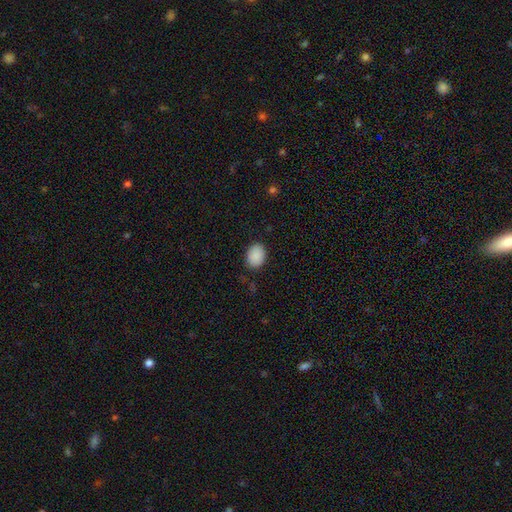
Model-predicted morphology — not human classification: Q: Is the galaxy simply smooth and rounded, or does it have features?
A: smooth — 89%.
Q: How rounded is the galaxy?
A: in between — 66%.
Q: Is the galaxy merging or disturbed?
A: none — 86%.